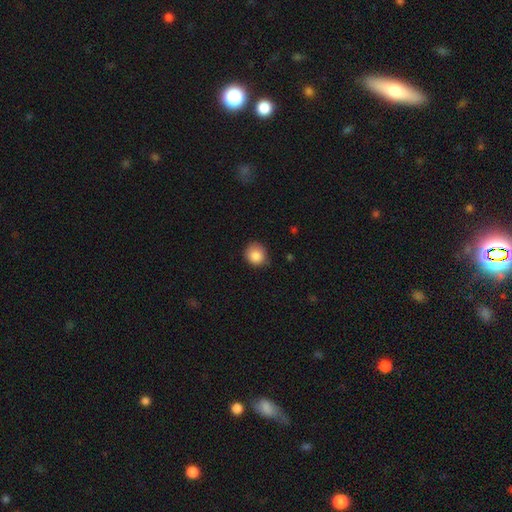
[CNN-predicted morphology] A smooth galaxy with no disk features (86%) that is round (84%).

Vote fractions:
- Smooth or featured? smooth: 86% / star or artifact: 9% / featured or disk: 5%
- How rounded? round: 84% / in between: 15% / cigar-shaped: 1%
- Merging? none: 75% / minor disturbance: 21% / major disturbance: 3% / merger: 1%